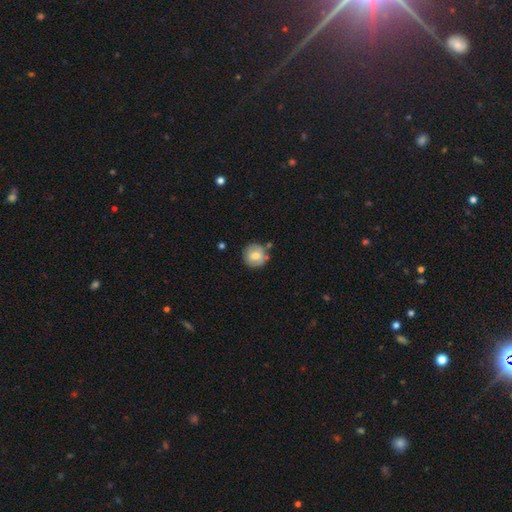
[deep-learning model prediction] Overall: smooth (67%). How rounded: round (93%). Merging: none (77%).